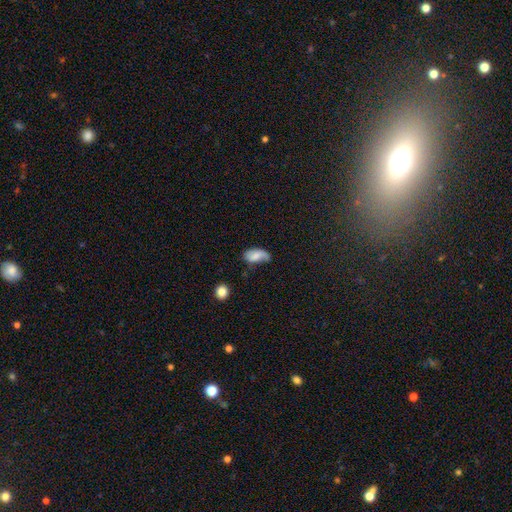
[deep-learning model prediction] Smooth or featured? smooth (63%)
How rounded? in between (92%)
Merging? none (48%)